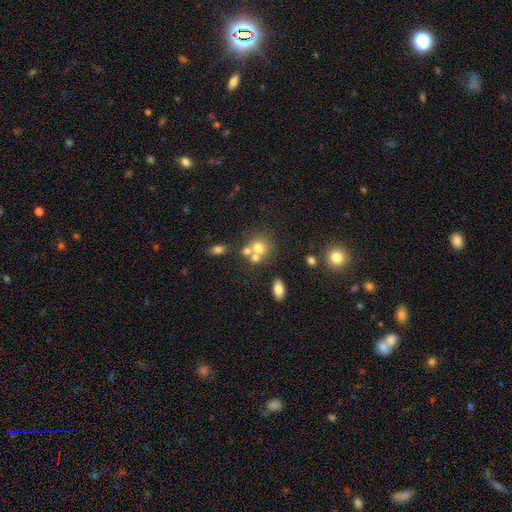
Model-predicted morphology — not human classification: Smooth or featured? Predicted: smooth (p=0.60). How rounded? Predicted: round (p=0.73). Merging? Predicted: none (p=0.47).